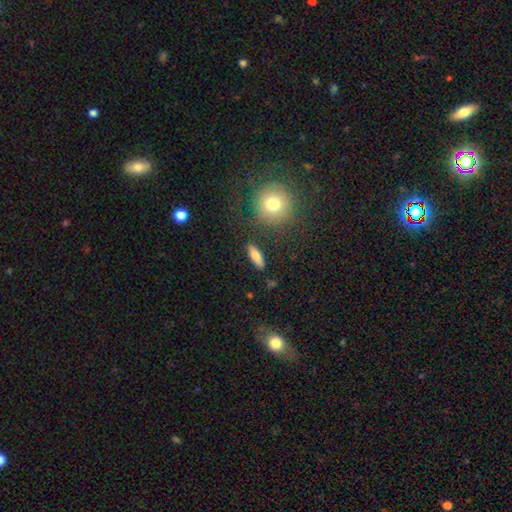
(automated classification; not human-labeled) Smooth or featured: smooth — 72% (featured or disk — 20%)
How rounded: in between — 48% (cigar-shaped — 47%)
Merging: none — 86% (minor disturbance — 8%)